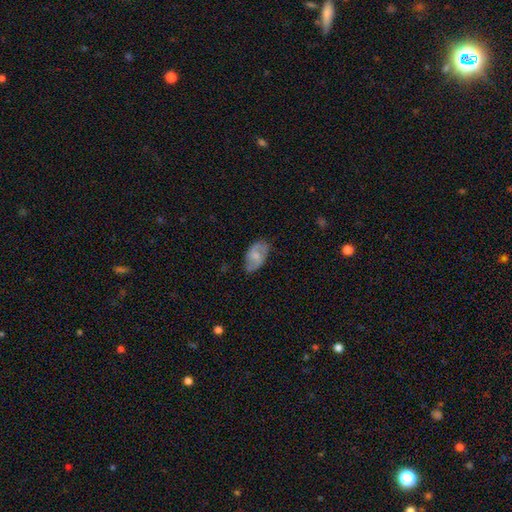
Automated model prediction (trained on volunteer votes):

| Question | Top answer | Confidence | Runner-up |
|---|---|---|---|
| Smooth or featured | smooth | 53% | featured or disk (41%) |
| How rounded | in between | 92% | round (6%) |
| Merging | none | 71% | minor disturbance (23%) |